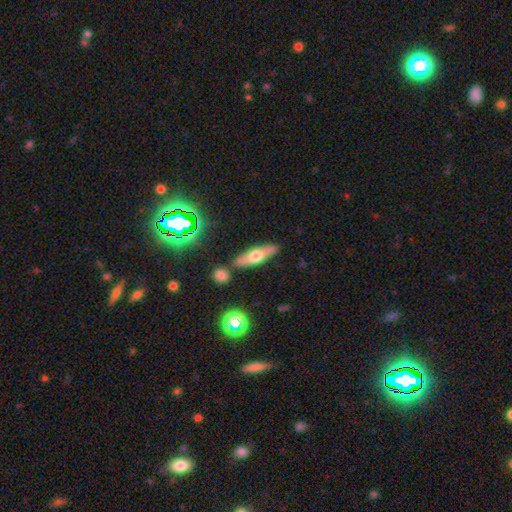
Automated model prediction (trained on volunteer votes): Q: Smooth or featured?
A: smooth (50%); runner-up: featured or disk (41%)
Q: How rounded?
A: cigar-shaped (59%); runner-up: in between (38%)
Q: Merging?
A: none (81%); runner-up: minor disturbance (10%)